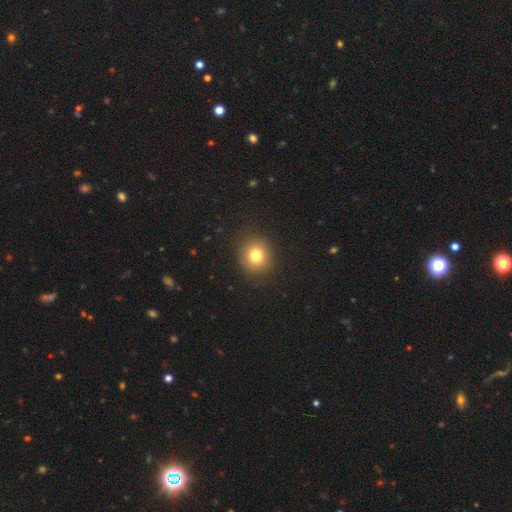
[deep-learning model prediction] Morphology: type=smooth (78%); roundness=round (80%); merging=none (89%).